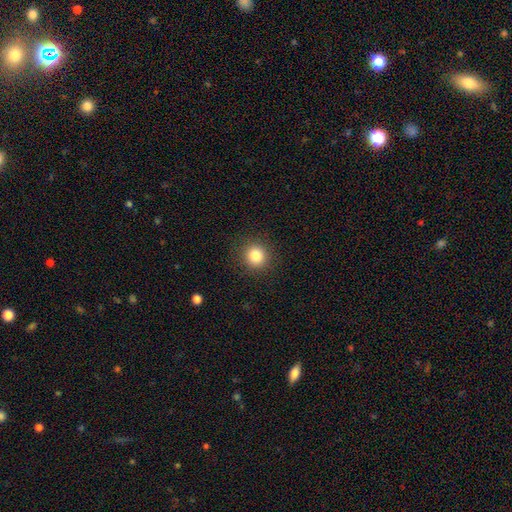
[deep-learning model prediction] smooth_or_featured: smooth (p=0.84) [alt: star or artifact p=0.11]
how_rounded: round (p=0.90) [alt: in between p=0.09]
merging: none (p=0.91) [alt: minor disturbance p=0.06]